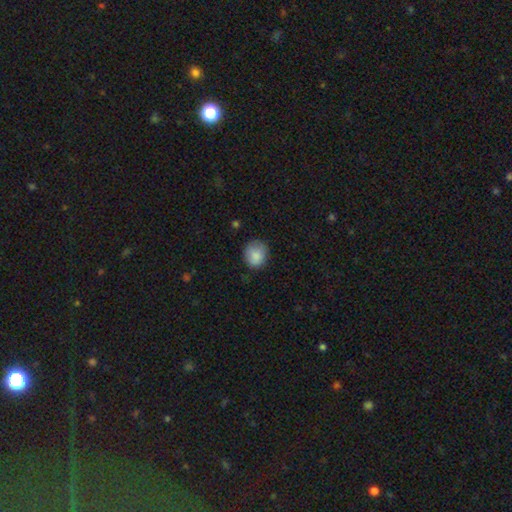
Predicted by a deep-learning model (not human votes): Morphology: type=smooth (86%); roundness=round (77%); merging=none (74%).